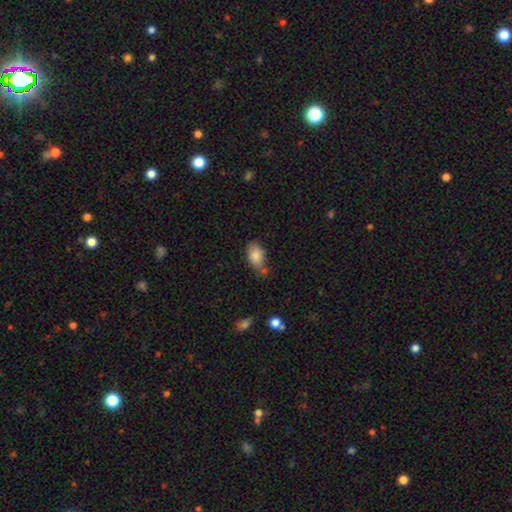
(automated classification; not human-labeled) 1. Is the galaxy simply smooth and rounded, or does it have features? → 84% smooth, 8% featured or disk, 8% star or artifact.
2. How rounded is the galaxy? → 90% in between, 8% round, 2% cigar-shaped.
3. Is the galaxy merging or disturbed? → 57% none, 25% minor disturbance, 12% merger, 6% major disturbance.